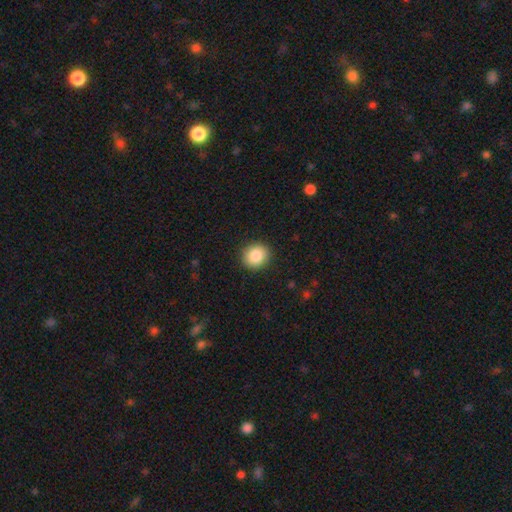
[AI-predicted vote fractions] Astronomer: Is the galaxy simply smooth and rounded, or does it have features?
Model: smooth — 86%.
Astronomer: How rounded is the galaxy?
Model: round — 84%.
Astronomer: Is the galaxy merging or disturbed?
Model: none — 91%.